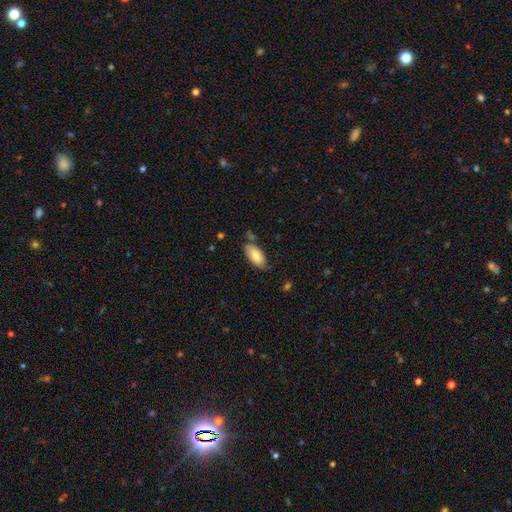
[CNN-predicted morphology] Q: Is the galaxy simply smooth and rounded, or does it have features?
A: smooth — 82%.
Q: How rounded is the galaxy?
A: in between — 92%.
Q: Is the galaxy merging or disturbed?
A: none — 70%.